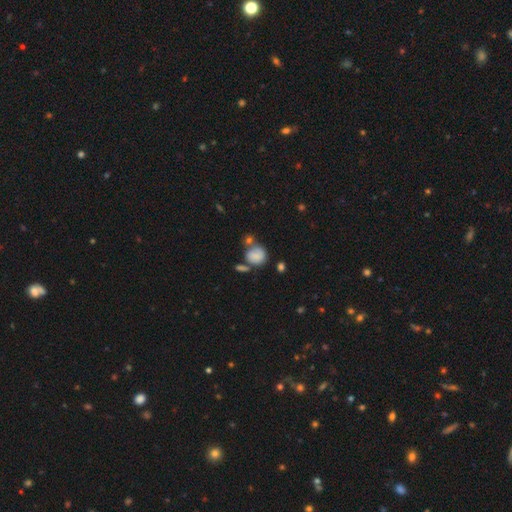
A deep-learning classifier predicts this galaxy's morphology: Overall: smooth (79%). How rounded: round (76%). Merging: none (48%; merger 23%).